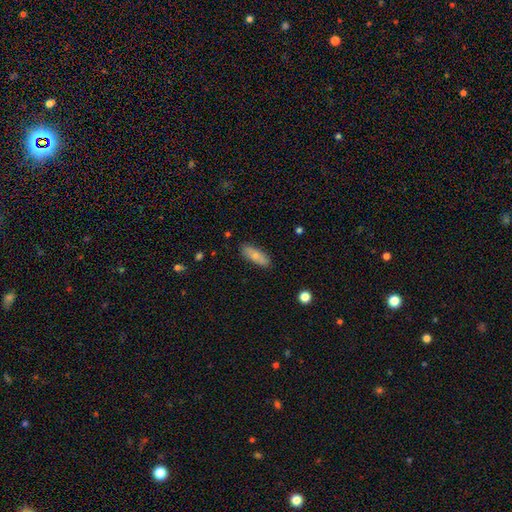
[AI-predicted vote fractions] A smooth galaxy with no disk features (75%) that is in between round and cigar-shaped (62%).

Vote fractions:
- Smooth or featured? smooth: 75% / featured or disk: 19% / star or artifact: 6%
- How rounded? in between: 62% / cigar-shaped: 36% / round: 2%
- Merging? none: 85% / minor disturbance: 11% / major disturbance: 2% / merger: 1%